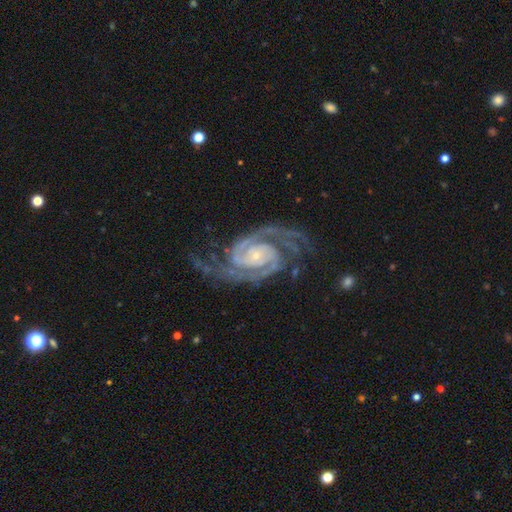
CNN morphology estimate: A featured or disk galaxy (93%) with no bar (64%), 2 (71%) tight (50%) spiral arms (99%) and a small central bulge (80%).

Vote fractions:
- Smooth or featured? featured or disk: 93% / star or artifact: 4% / smooth: 2%
- Edge-on disk? no: 98% / yes: 2%
- Bar? no: 64% / weak: 24% / strong: 12%
- Spiral arms? yes: 99% / no: 1%
- Spiral winding? tight: 50% / medium: 43% / loose: 7%
- Spiral arm count? 2: 71% / 3: 13% / can't tell: 5% / 4: 4% / more than 4: 4% / 1: 4%
- Bulge size? small: 80% / moderate: 15% / none: 3% / large: 2% / dominant: 1%
- Merging? none: 68% / minor disturbance: 18% / major disturbance: 12% / merger: 2%